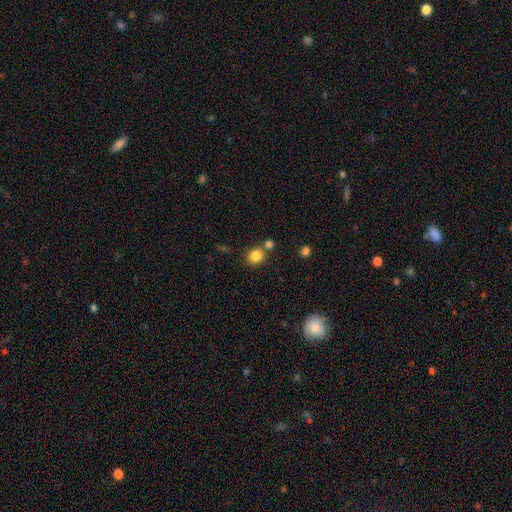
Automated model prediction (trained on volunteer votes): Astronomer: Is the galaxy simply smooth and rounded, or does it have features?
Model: smooth — 84%.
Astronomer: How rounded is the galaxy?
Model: round — 84%.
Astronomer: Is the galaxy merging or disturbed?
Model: none — 70%.